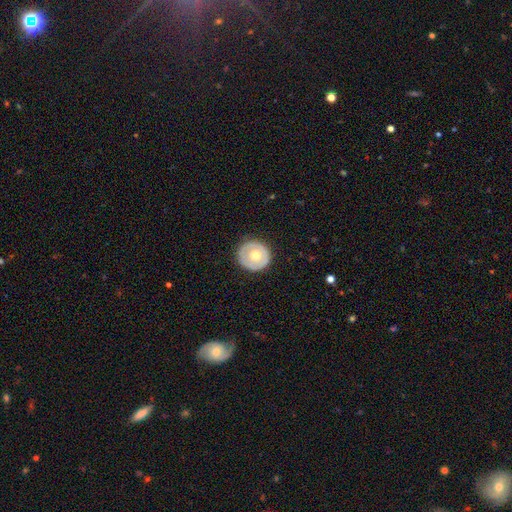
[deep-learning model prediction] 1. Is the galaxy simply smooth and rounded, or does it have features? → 55% smooth, 40% featured or disk, 6% star or artifact.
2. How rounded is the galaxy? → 93% round, 6% in between, 1% cigar-shaped.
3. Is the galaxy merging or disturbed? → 88% none, 9% minor disturbance, 2% major disturbance, 1% merger.